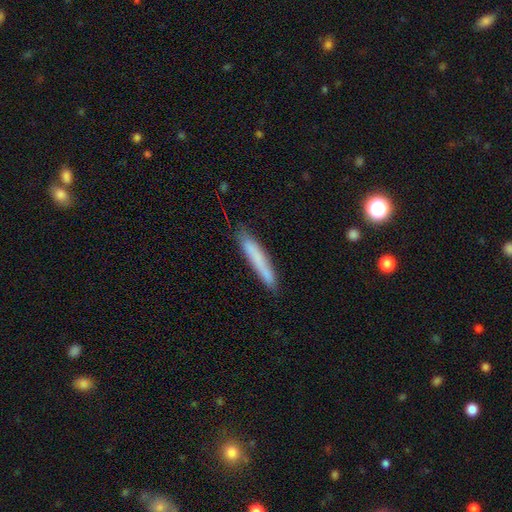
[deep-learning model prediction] This is likely a smooth galaxy (73%). How rounded: clearly cigar-shaped (92%). Merging: likely none (76%).